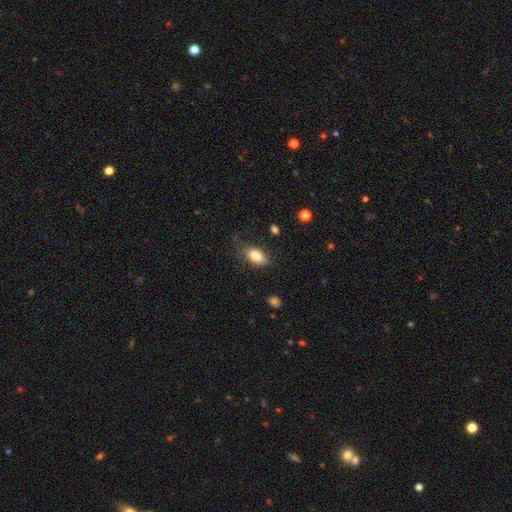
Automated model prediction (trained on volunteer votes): A smooth galaxy with no disk features (83%) that is in between round and cigar-shaped (91%).

Vote fractions:
- Smooth or featured? smooth: 83% / featured or disk: 10% / star or artifact: 8%
- How rounded? in between: 91% / round: 5% / cigar-shaped: 3%
- Merging? none: 71% / minor disturbance: 20% / major disturbance: 7% / merger: 2%